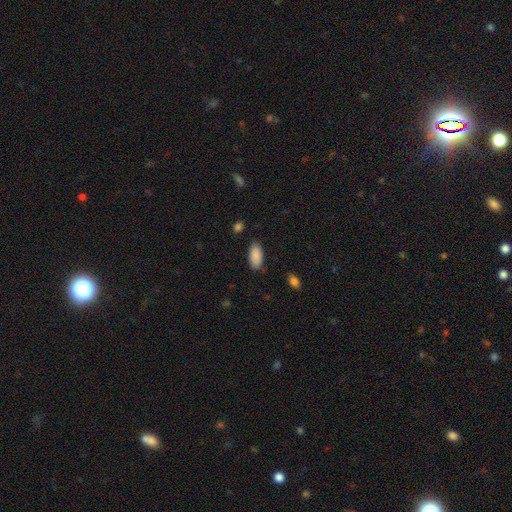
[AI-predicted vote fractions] A smooth galaxy with no disk features (90%) that is in between round and cigar-shaped (91%).

Vote fractions:
- Smooth or featured? smooth: 90% / star or artifact: 6% / featured or disk: 4%
- How rounded? in between: 91% / cigar-shaped: 7% / round: 2%
- Merging? none: 85% / minor disturbance: 11% / major disturbance: 3% / merger: 1%